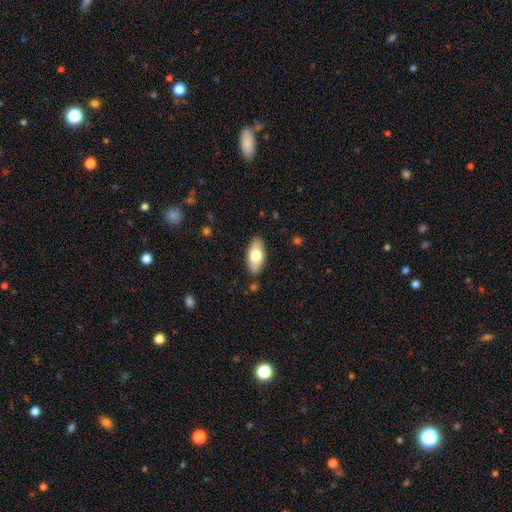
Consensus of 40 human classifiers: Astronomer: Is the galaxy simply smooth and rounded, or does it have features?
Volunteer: smooth — 65%.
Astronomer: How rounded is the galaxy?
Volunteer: in between — 88%.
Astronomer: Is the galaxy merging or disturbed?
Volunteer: none — 92%.